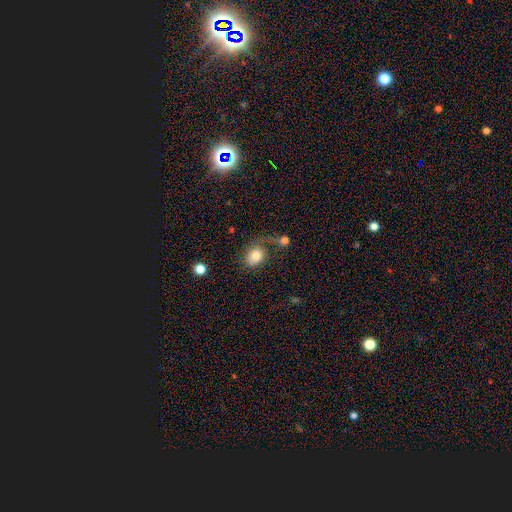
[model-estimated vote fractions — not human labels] Smooth or featured?
  - smooth: 76% *
  - featured or disk: 15%
  - star or artifact: 9%
How rounded?
  - in between: 53% *
  - round: 46%
  - cigar-shaped: 1%
Merging?
  - none: 34% *
  - major disturbance: 27%
  - merger: 21%
  - minor disturbance: 18%